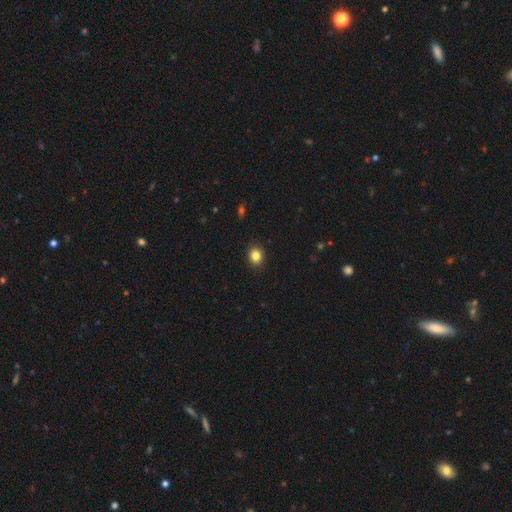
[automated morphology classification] Smooth or featured: smooth — 85% (star or artifact — 10%)
How rounded: round — 61% (in between — 38%)
Merging: none — 90% (minor disturbance — 7%)